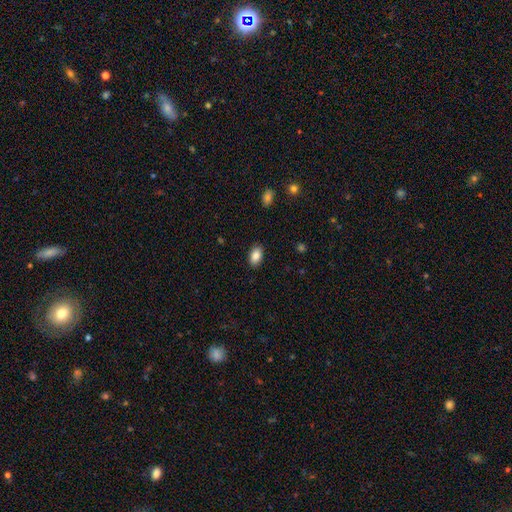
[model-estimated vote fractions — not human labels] Smooth or featured?
  - smooth: 87% *
  - star or artifact: 8%
  - featured or disk: 6%
How rounded?
  - in between: 90% *
  - round: 8%
  - cigar-shaped: 2%
Merging?
  - none: 88% *
  - minor disturbance: 9%
  - major disturbance: 2%
  - merger: 1%